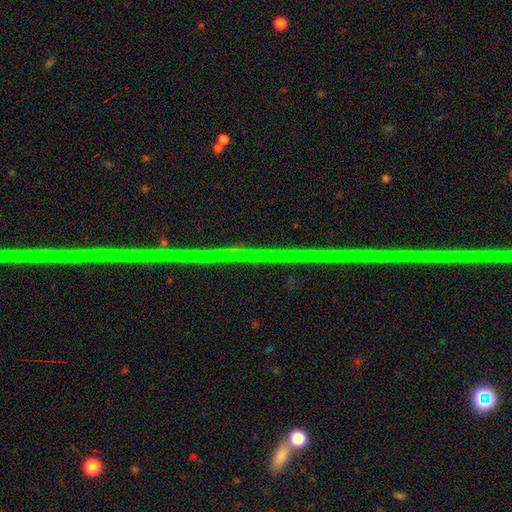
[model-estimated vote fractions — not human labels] Smooth or featured? star or artifact (78%)